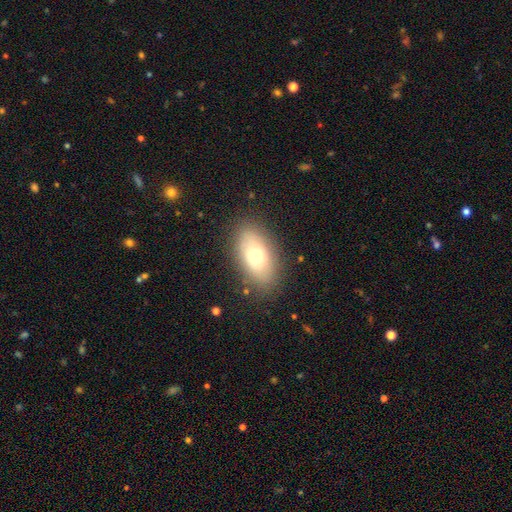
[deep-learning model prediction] smooth-or-featured: smooth: 65% | featured or disk: 26% | star or artifact: 9%
  how-rounded: in between: 90% | round: 6% | cigar-shaped: 4%
  merging: none: 83% | minor disturbance: 12% | major disturbance: 4% | merger: 2%